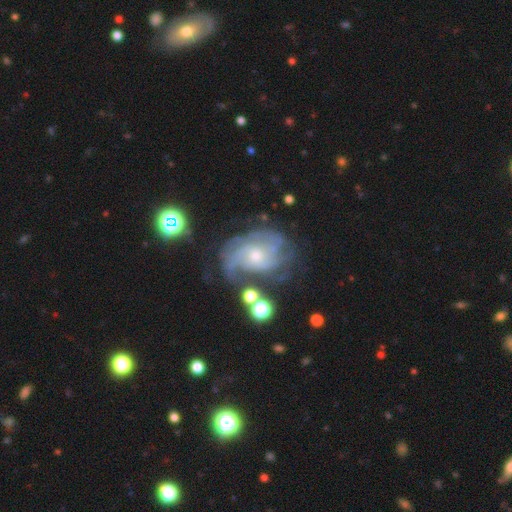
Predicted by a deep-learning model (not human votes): Smooth or featured: featured or disk — 83% (smooth — 9%)
Edge-on disk: no — 97% (yes — 3%)
Bar: no — 70% (weak — 26%)
Spiral arms: yes — 93% (no — 7%)
Spiral winding: tight — 45% (medium — 40%)
Spiral arm count: can't tell — 35% (2 — 22%)
Bulge size: small — 55% (moderate — 39%)
Merging: none — 58% (minor disturbance — 21%)